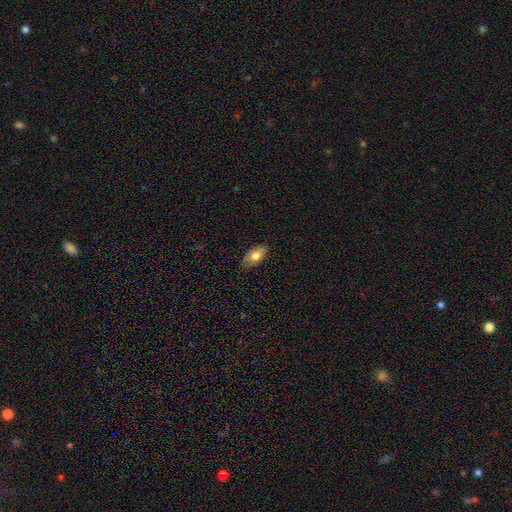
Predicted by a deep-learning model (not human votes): The model was most divided on "smooth or featured": smooth: 73%, featured or disk: 19%, star or artifact: 8%. More confident: how rounded — in between (89%); merging — none (84%).